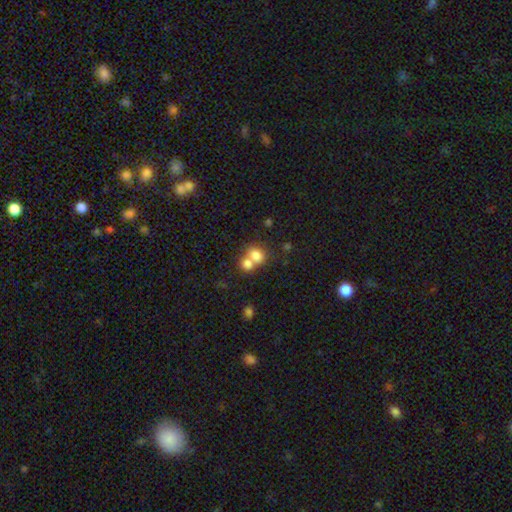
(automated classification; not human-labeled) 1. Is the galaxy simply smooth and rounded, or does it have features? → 77% smooth, 12% featured or disk, 11% star or artifact.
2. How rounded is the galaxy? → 61% round, 38% in between, 1% cigar-shaped.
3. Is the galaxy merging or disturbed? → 59% merger, 31% none, 6% minor disturbance, 3% major disturbance.